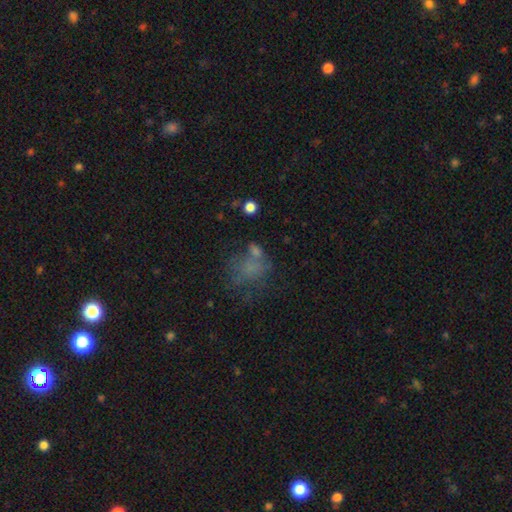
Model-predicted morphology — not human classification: The model was most divided on "merging": none: 36%, major disturbance: 29%, minor disturbance: 19%, merger: 16%. More confident: how rounded — in between (56%); smooth or featured — smooth (55%).